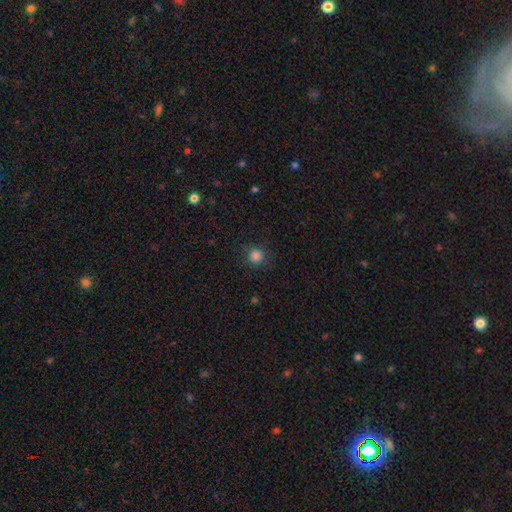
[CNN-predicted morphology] smooth_or_featured: smooth (p=0.84) [alt: star or artifact p=0.12]
how_rounded: round (p=0.93) [alt: in between p=0.06]
merging: none (p=0.86) [alt: minor disturbance p=0.09]